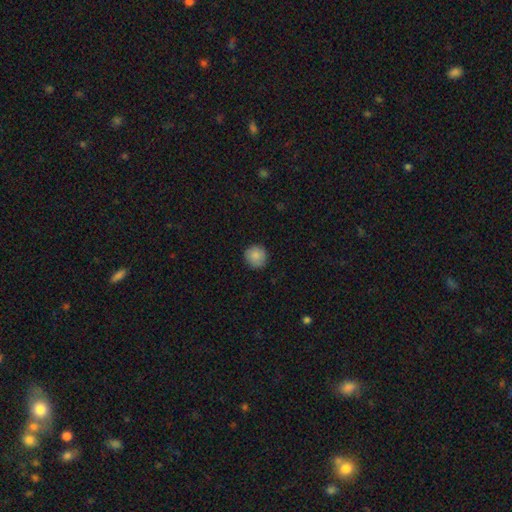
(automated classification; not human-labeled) Smooth or featured: smooth — 87% (star or artifact — 8%)
How rounded: round — 93% (in between — 6%)
Merging: none — 88% (minor disturbance — 9%)